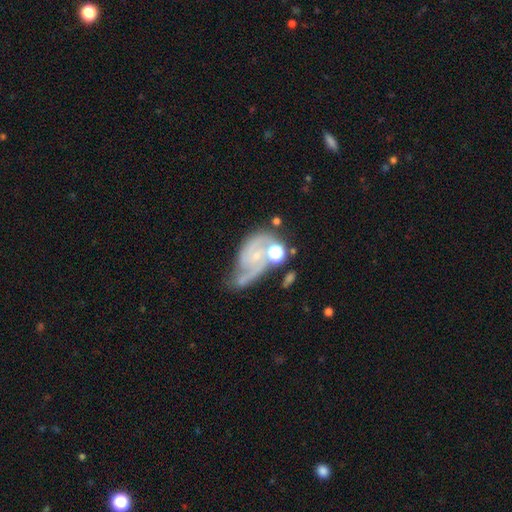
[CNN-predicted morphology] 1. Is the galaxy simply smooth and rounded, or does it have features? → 78% featured or disk, 13% smooth, 9% star or artifact.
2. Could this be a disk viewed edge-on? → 97% no, 3% yes.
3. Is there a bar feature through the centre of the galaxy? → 67% no, 27% weak, 6% strong.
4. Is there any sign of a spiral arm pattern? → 92% yes, 8% no.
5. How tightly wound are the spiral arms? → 45% medium, 30% tight, 24% loose.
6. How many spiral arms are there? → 65% 2, 13% can't tell, 11% 1, 7% 3, 2% 4, 2% more than 4.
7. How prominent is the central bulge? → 69% small, 18% moderate, 10% none, 1% large, 1% dominant.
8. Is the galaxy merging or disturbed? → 37% none, 22% minor disturbance, 21% major disturbance, 20% merger.